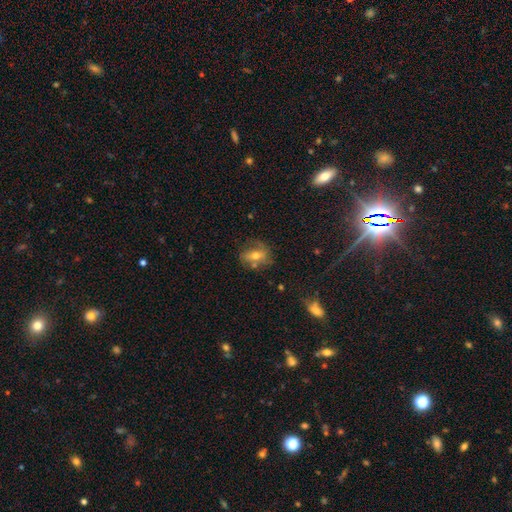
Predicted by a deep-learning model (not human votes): smooth_or_featured: smooth (p=0.45) [alt: featured or disk p=0.44]
merging: none (p=0.59) [alt: minor disturbance p=0.23]